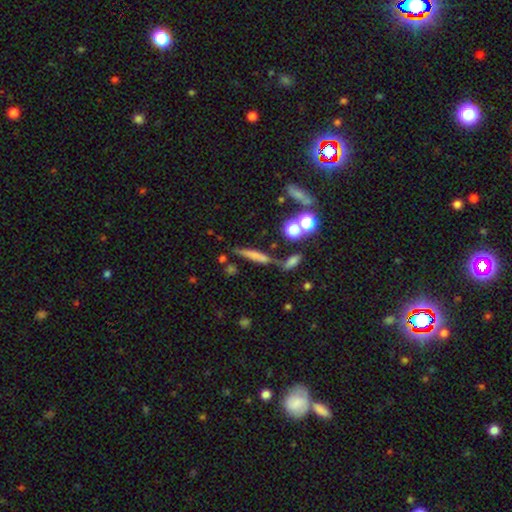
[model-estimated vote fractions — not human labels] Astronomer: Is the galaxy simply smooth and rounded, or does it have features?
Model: smooth — 61%.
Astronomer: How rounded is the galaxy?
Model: cigar-shaped — 81%.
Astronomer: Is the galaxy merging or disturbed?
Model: none — 62%.